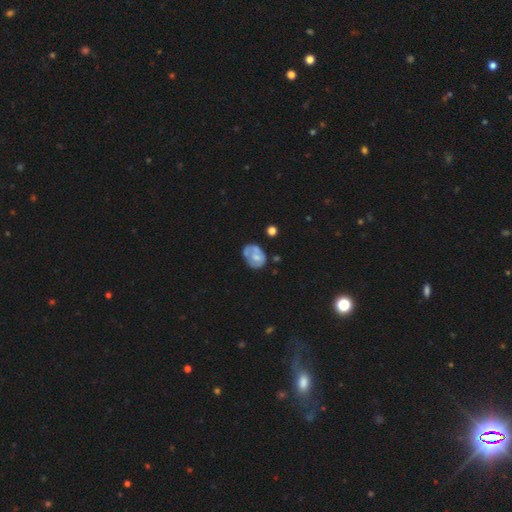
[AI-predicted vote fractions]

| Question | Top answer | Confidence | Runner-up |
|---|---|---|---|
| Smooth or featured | smooth | 48% | featured or disk (44%) |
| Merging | none | 42% | minor disturbance (30%) |